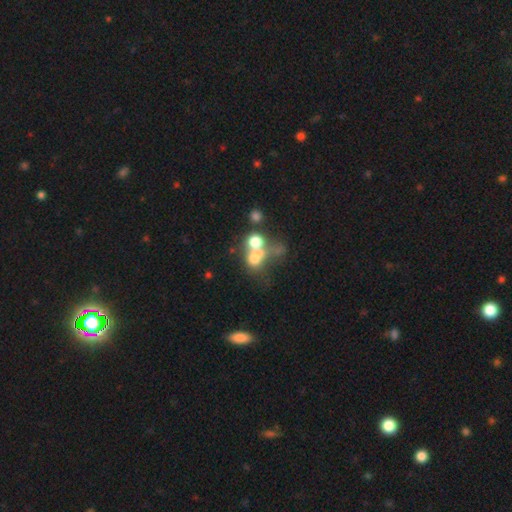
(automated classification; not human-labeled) Smooth or featured: smooth — 55% (featured or disk — 27%)
How rounded: round — 67% (in between — 32%)
Merging: merger — 59% (none — 23%)